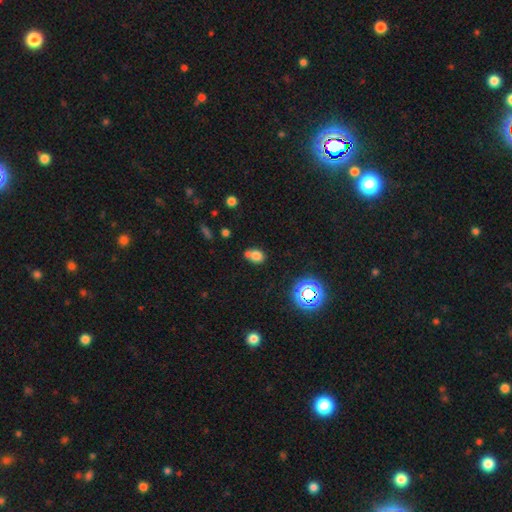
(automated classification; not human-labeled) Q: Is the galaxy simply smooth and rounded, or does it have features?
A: smooth — 72%.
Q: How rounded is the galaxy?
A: in between — 51%.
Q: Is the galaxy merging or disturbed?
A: none — 44%.